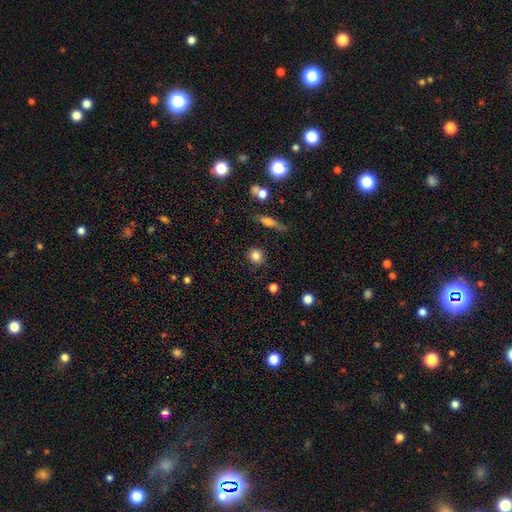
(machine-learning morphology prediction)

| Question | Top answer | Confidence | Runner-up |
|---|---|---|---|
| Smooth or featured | smooth | 83% | star or artifact (10%) |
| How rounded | round | 81% | in between (16%) |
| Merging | none | 83% | minor disturbance (12%) |